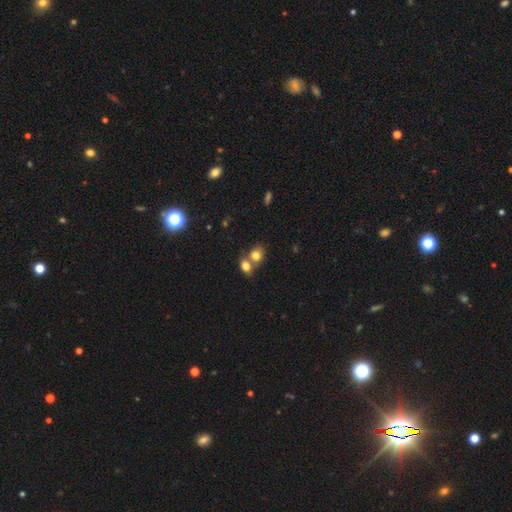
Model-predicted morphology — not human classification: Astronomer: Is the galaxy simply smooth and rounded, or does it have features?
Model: smooth — 79%.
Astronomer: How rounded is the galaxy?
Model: round — 56% (runner-up: in between, 43%).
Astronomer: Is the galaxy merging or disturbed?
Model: merger — 55% (runner-up: none, 35%).